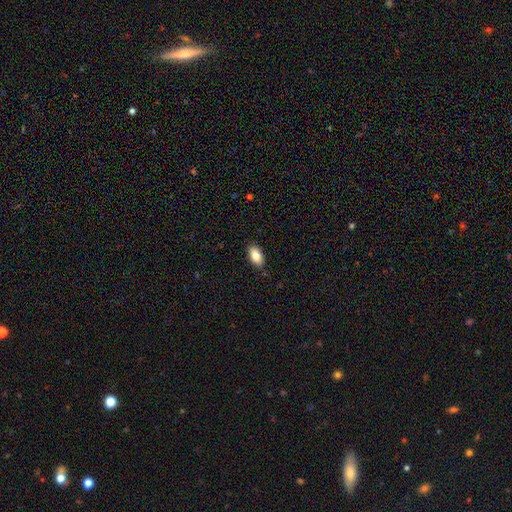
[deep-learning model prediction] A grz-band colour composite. It shows a smooth galaxy with no disk features (84%) that is in between round and cigar-shaped (93%). Merging: none (88%).